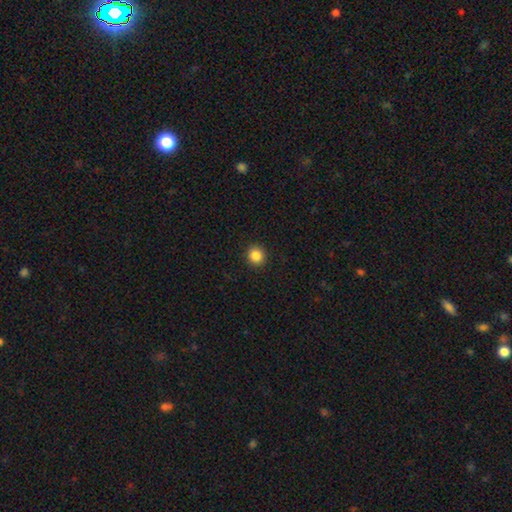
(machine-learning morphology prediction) A smooth galaxy with no disk features (86%) that is round (91%).

Vote fractions:
- Smooth or featured? smooth: 86% / star or artifact: 10% / featured or disk: 4%
- How rounded? round: 91% / in between: 8% / cigar-shaped: 1%
- Merging? none: 92% / minor disturbance: 5% / major disturbance: 2% / merger: 1%